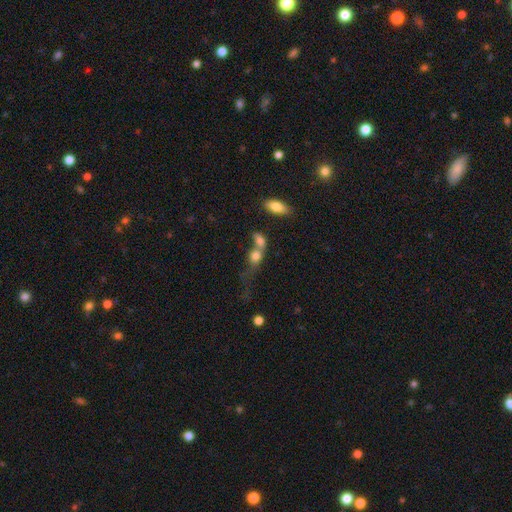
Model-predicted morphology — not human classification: type=smooth (73%); roundness=in between (54%); merging=merger (64%).